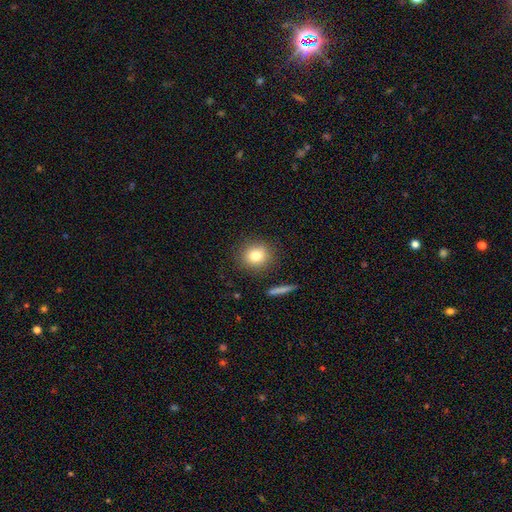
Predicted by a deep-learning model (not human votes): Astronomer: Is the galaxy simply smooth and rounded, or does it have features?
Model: smooth — 80%.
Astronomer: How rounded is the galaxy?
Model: round — 86%.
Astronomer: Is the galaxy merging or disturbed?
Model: none — 88%.